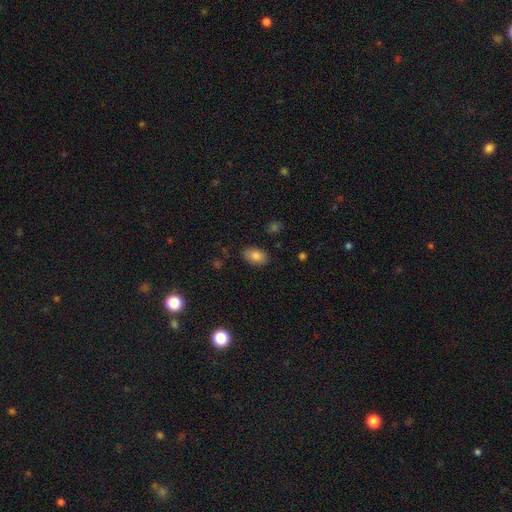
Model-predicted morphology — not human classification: Smooth or featured?
  - smooth: 84% *
  - featured or disk: 8%
  - star or artifact: 8%
How rounded?
  - in between: 90% *
  - round: 9%
  - cigar-shaped: 1%
Merging?
  - none: 84% *
  - minor disturbance: 12%
  - major disturbance: 3%
  - merger: 1%